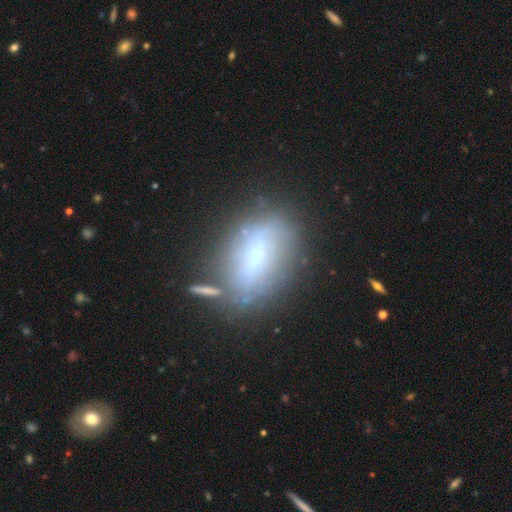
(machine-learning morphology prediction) This appears to be a smooth galaxy with no disk features (44%). Merging: none (59%).